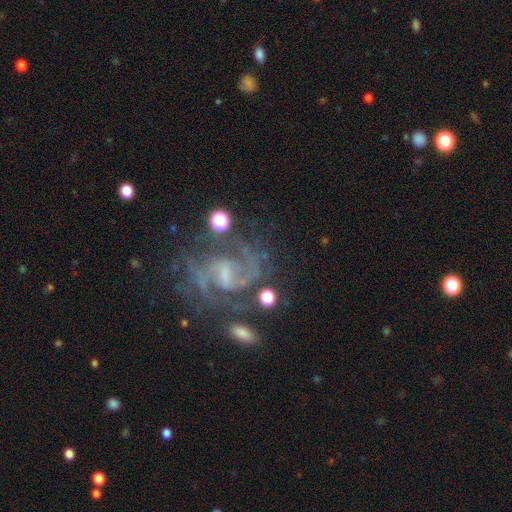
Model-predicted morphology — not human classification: This appears to be a featured or disk galaxy (86%) with a weak bar (54%), 2 (72%) medium (56%) spiral arms (96%) and a small central bulge (51%). Merging: none (61%).